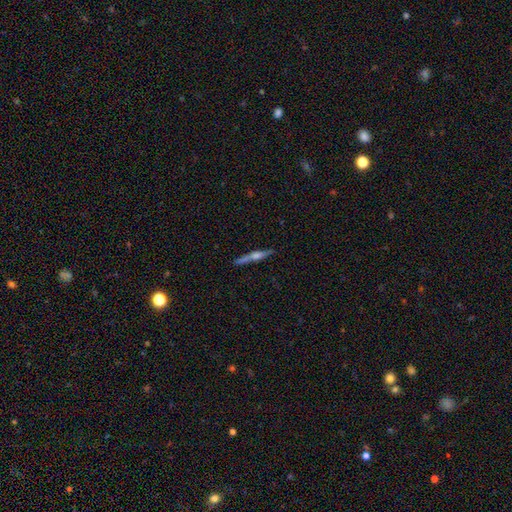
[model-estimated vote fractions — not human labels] Overall: featured or disk (73%). Edge-on disk: yes (97%). Edge-on bulge: rounded (85%). Merging: none (88%).